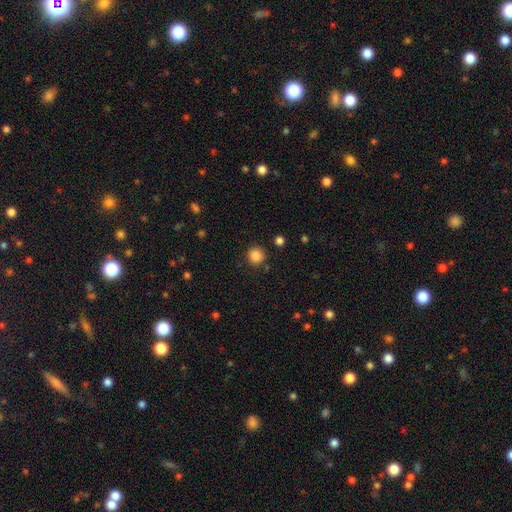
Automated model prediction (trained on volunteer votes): smooth-or-featured: smooth: 86% | star or artifact: 11% | featured or disk: 3%
  how-rounded: round: 94% | in between: 5% | cigar-shaped: 1%
  merging: none: 88% | minor disturbance: 7% | merger: 3% | major disturbance: 3%